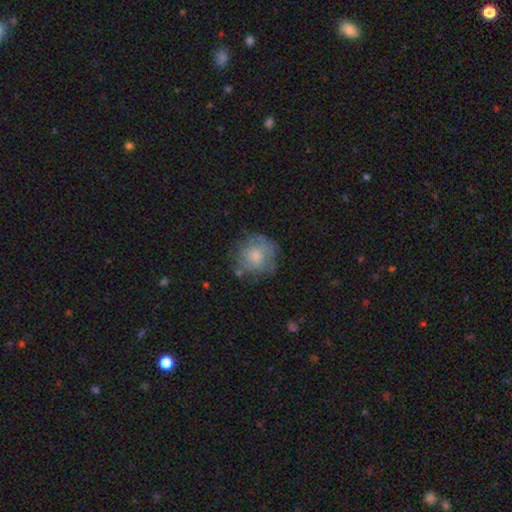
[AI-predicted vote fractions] Overall: smooth (47%; featured or disk 44%). Merging: none (66%).